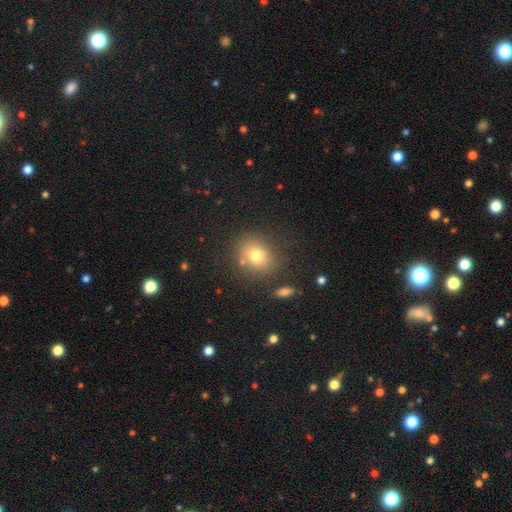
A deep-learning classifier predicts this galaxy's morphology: Smooth or featured?
  - smooth: 73% *
  - star or artifact: 15%
  - featured or disk: 12%
How rounded?
  - round: 64% *
  - in between: 35%
  - cigar-shaped: 1%
Merging?
  - none: 77% *
  - minor disturbance: 12%
  - merger: 7%
  - major disturbance: 4%